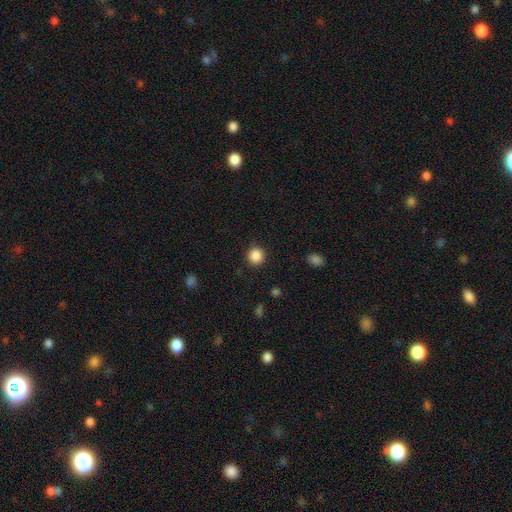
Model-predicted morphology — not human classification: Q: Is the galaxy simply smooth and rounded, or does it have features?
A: smooth — 87%.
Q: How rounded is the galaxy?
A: round — 93%.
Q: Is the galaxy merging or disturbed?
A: none — 90%.